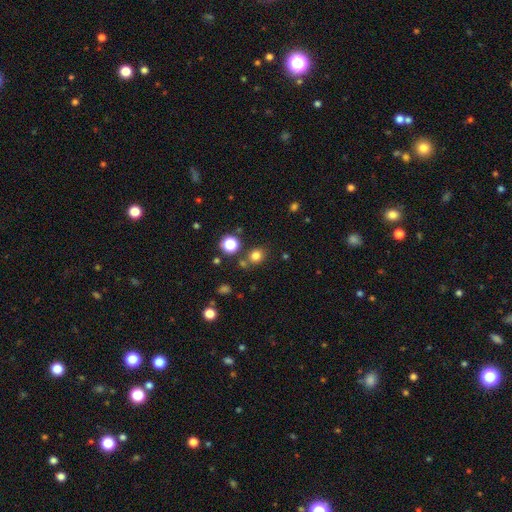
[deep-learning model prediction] Smooth or featured?
  - smooth: 78% *
  - star or artifact: 17%
  - featured or disk: 6%
How rounded?
  - round: 71% *
  - in between: 28%
  - cigar-shaped: 1%
Merging?
  - none: 76% *
  - merger: 10%
  - minor disturbance: 10%
  - major disturbance: 4%